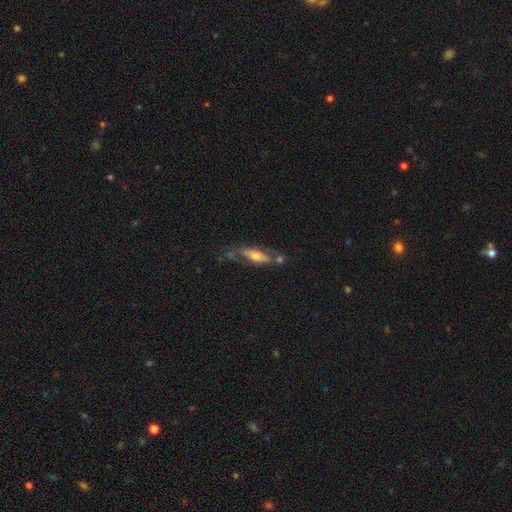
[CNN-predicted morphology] The model was most divided on "edge-on disk": yes: 56%, no: 44%. Remaining: smooth or featured — featured or disk (53%); merging — none (50%).